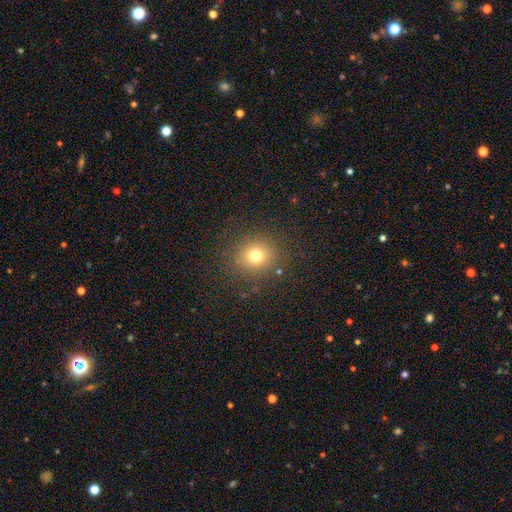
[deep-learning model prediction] This is likely a smooth galaxy (74%). How rounded: clearly round (83%). Merging: clearly none (85%).